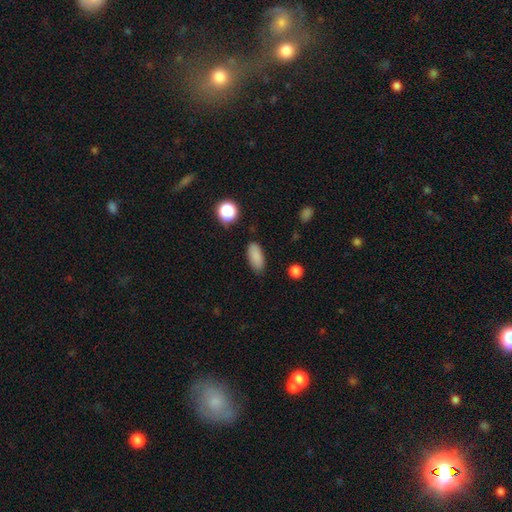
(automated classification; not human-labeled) smooth-or-featured: smooth: 86% | star or artifact: 9% | featured or disk: 5%
  how-rounded: in between: 86% | cigar-shaped: 11% | round: 3%
  merging: none: 85% | minor disturbance: 11% | major disturbance: 3% | merger: 2%